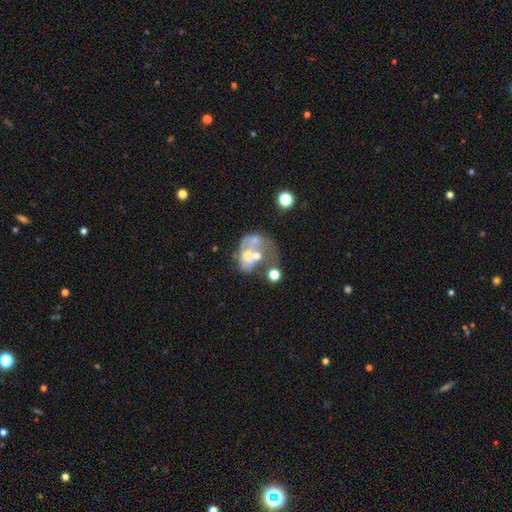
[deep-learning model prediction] Overall: featured or disk (56%; smooth 31%). Edge-on disk: no (98%). Bar: no (89%). Spiral arms: no (84%). Bulge size: moderate (46%; none 24%). Merging: merger (53%; major disturbance 21%).